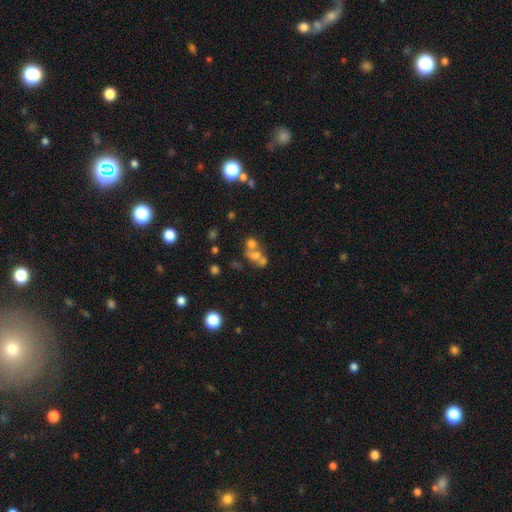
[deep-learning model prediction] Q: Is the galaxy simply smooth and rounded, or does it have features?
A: smooth — 54%.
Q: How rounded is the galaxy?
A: in between — 49%.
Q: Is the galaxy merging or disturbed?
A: merger — 55%.